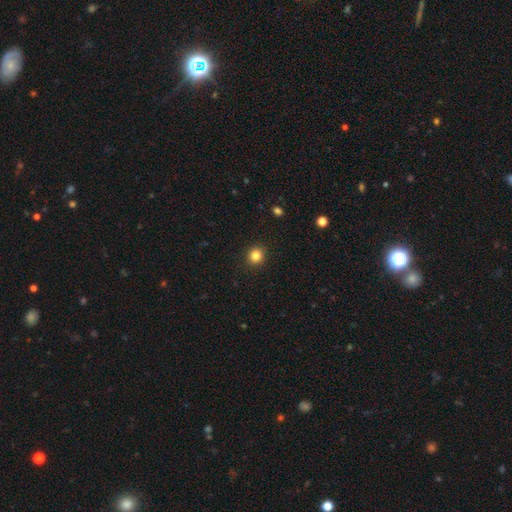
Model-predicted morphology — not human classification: type=smooth (83%); roundness=round (89%); merging=none (92%).